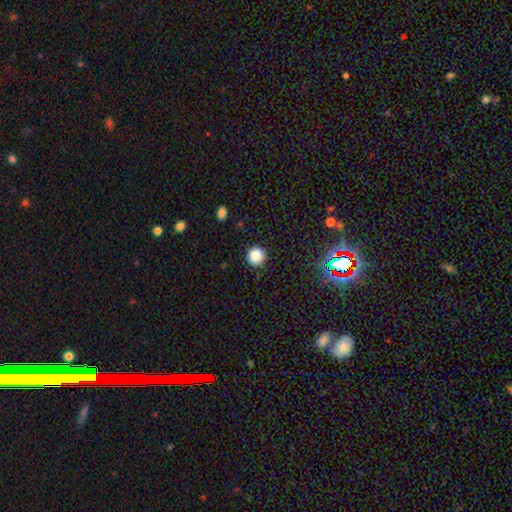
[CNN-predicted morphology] This is clearly a smooth galaxy (85%). How rounded: clearly round (94%). Merging: clearly none (90%).